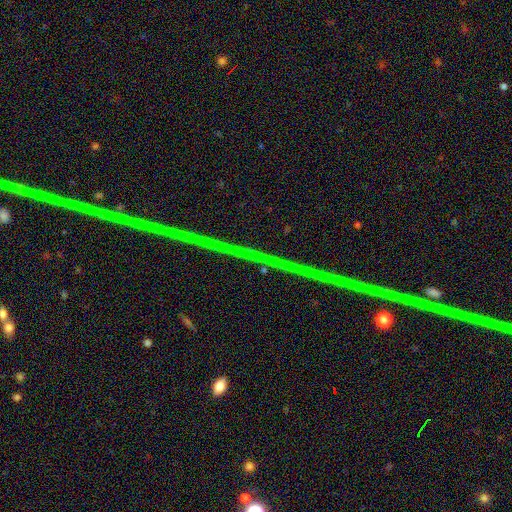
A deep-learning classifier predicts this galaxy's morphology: This is likely a star or artifact rather than a galaxy (79%).